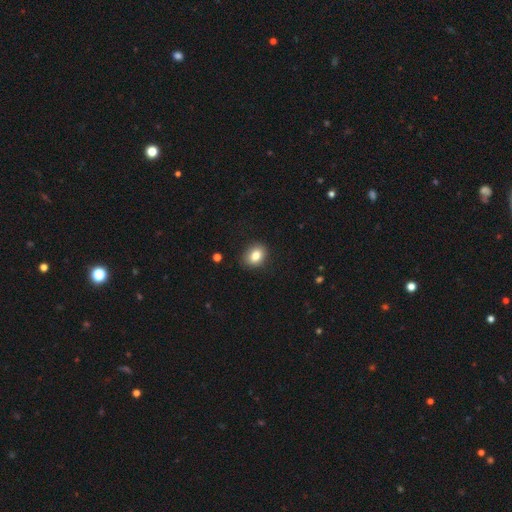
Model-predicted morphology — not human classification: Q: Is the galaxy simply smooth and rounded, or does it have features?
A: smooth — 83%.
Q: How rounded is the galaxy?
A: in between — 60%.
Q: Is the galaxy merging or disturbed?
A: none — 85%.